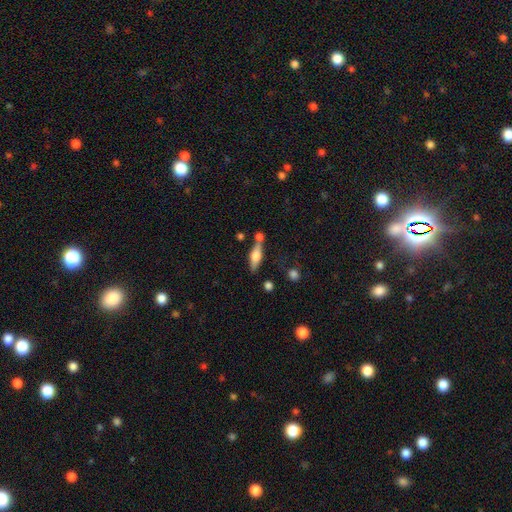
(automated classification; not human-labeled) Smooth or featured: smooth — 48% (featured or disk — 45%)
Merging: none — 65% (merger — 16%)